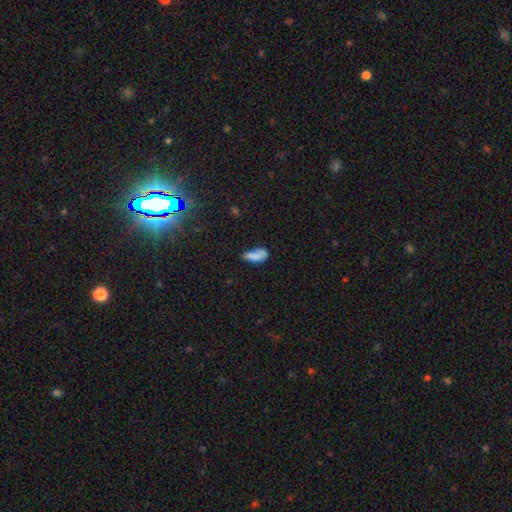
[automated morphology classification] smooth_or_featured: smooth (p=0.73) [alt: featured or disk p=0.16]
how_rounded: in between (p=0.81) [alt: cigar-shaped p=0.15]
merging: none (p=0.37) [alt: minor disturbance p=0.34]